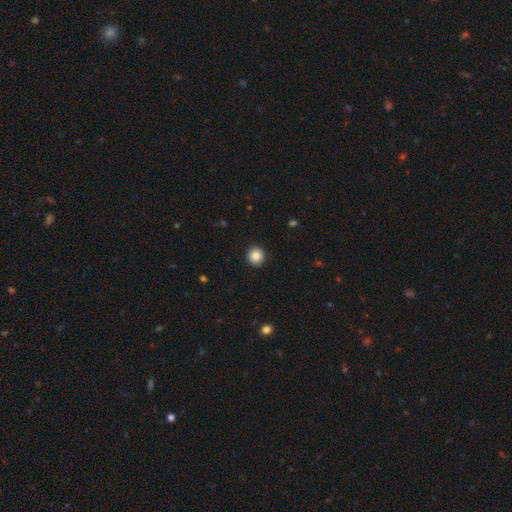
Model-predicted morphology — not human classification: Smooth or featured: smooth — 87% (star or artifact — 9%)
How rounded: round — 94% (in between — 5%)
Merging: none — 92% (minor disturbance — 5%)